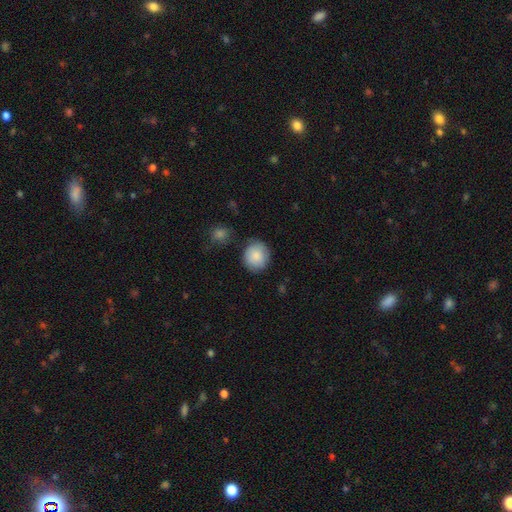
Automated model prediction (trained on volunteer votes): The model was most divided on "merging": none: 77%, minor disturbance: 16%, major disturbance: 4%, merger: 4%. More confident: smooth or featured — smooth (84%); how rounded — round (81%).